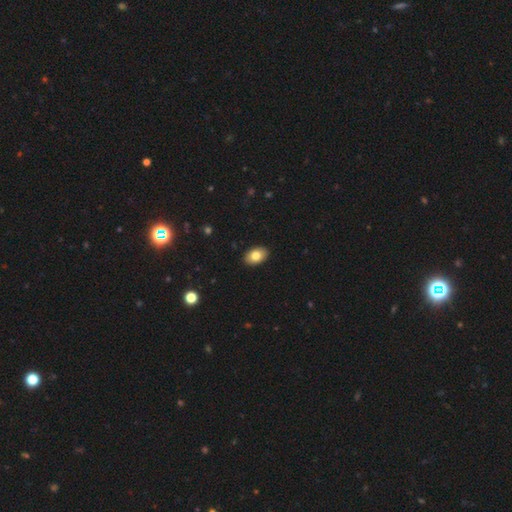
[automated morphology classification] Overall: smooth (80%). How rounded: in between (89%). Merging: none (90%).